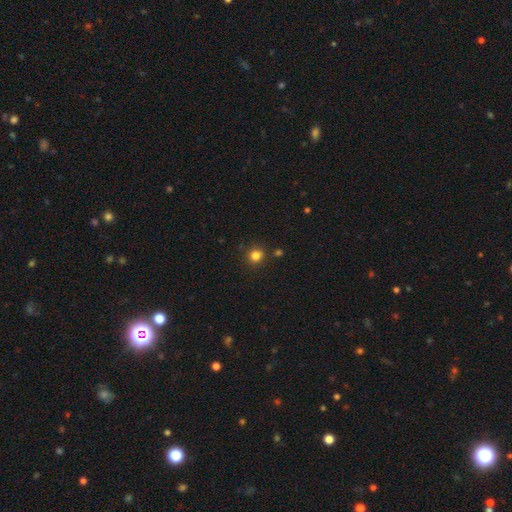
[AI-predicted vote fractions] This is clearly a smooth galaxy (82%). How rounded: clearly round (85%). Merging: clearly none (83%).